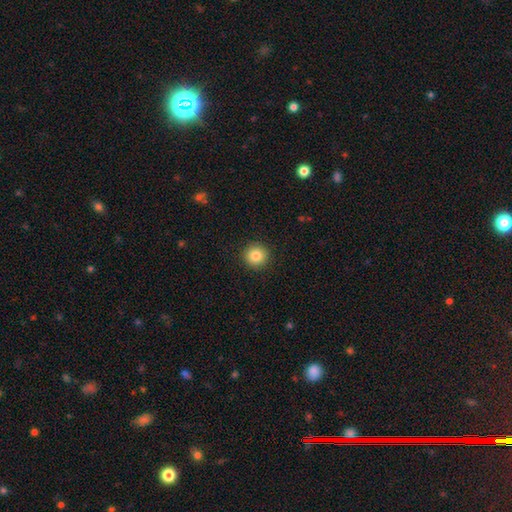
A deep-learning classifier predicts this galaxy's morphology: This is clearly a smooth galaxy (85%). How rounded: clearly round (95%). Merging: clearly none (92%).